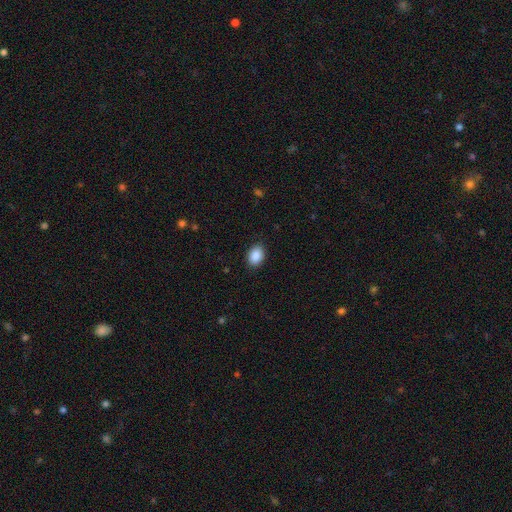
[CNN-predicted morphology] smooth 89%, star or artifact 7%, featured or disk 3%. Down the decision tree: how rounded — in between (79%); merging — none (88%).